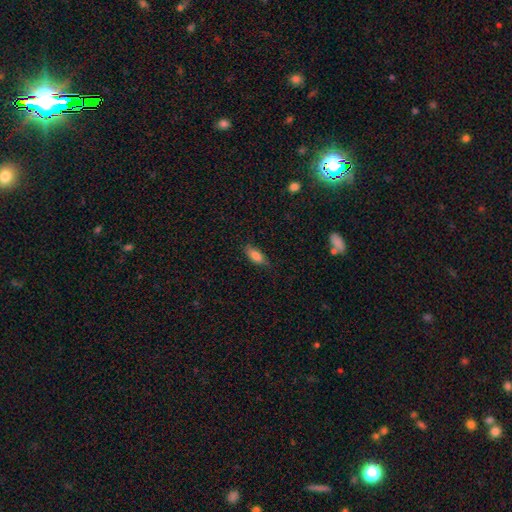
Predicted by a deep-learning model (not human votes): A smooth galaxy with no disk features (82%) that is in between round and cigar-shaped (79%). Merging: none (77%).